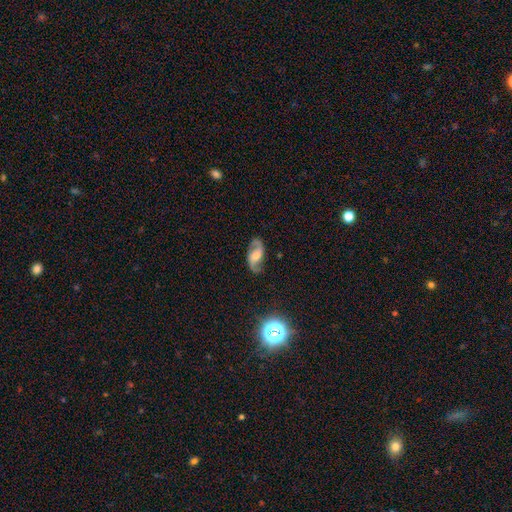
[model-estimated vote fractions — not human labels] smooth_or_featured: featured or disk (p=0.82) [alt: smooth p=0.11]
disk_edge_on: no (p=0.96) [alt: yes p=0.04]
bar: no (p=0.45) [alt: weak p=0.40]
has_spiral_arms: yes (p=0.96) [alt: no p=0.04]
spiral_winding: loose (p=0.50) [alt: medium p=0.40]
spiral_arm_count: 2 (p=0.93) [alt: can't tell p=0.03]
bulge_size: moderate (p=0.50) [alt: small p=0.27]
merging: none (p=0.80) [alt: minor disturbance p=0.13]